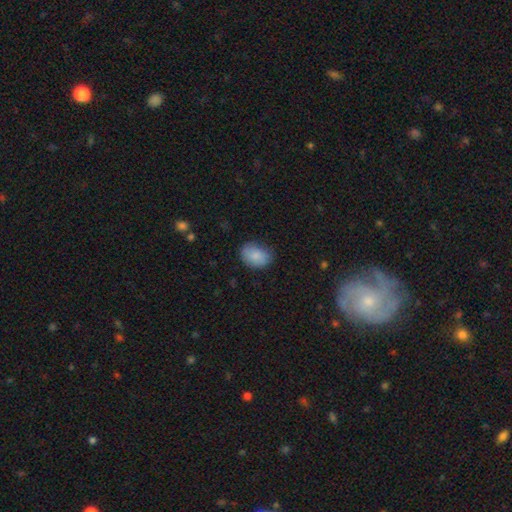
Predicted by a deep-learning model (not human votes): This appears to be a smooth galaxy with no disk features (85%) that is in between round and cigar-shaped (75%). Merging: none (69%).